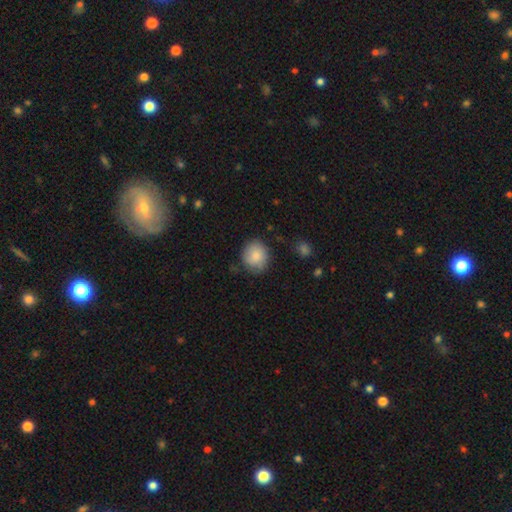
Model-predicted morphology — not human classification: smooth-or-featured: smooth: 83% | featured or disk: 10% | star or artifact: 7%
  how-rounded: round: 79% | in between: 20% | cigar-shaped: 1%
  merging: none: 75% | minor disturbance: 19% | major disturbance: 4% | merger: 2%